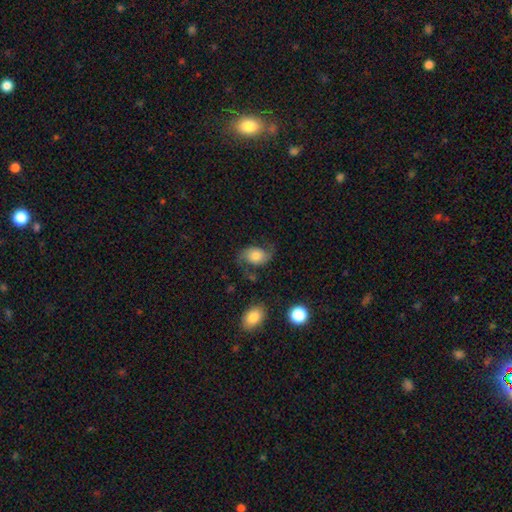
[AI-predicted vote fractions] A featured or disk galaxy (62%) with no bar (72%), 2 (90%) loose (56%) spiral arms (92%) and a moderate central bulge (40%).

Vote fractions:
- Smooth or featured? featured or disk: 62% / smooth: 29% / star or artifact: 9%
- Edge-on disk? no: 97% / yes: 3%
- Bar? no: 72% / weak: 23% / strong: 5%
- Spiral arms? yes: 92% / no: 8%
- Spiral winding? loose: 56% / medium: 34% / tight: 10%
- Spiral arm count? 2: 90% / 1: 4% / can't tell: 3% / 3: 1% / 4: 1% / more than 4: 1%
- Bulge size? moderate: 40% / large: 26% / small: 20% / dominant: 8% / none: 6%
- Merging? none: 64% / minor disturbance: 21% / major disturbance: 13% / merger: 3%